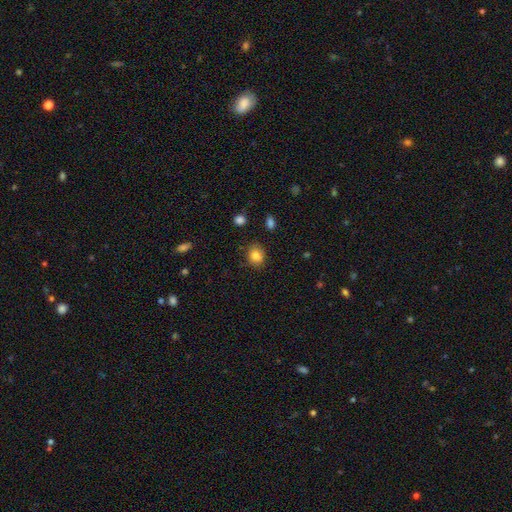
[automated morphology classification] Q: Smooth or featured?
A: smooth (83%); runner-up: star or artifact (10%)
Q: How rounded?
A: round (52%); runner-up: in between (47%)
Q: Merging?
A: none (82%); runner-up: minor disturbance (13%)